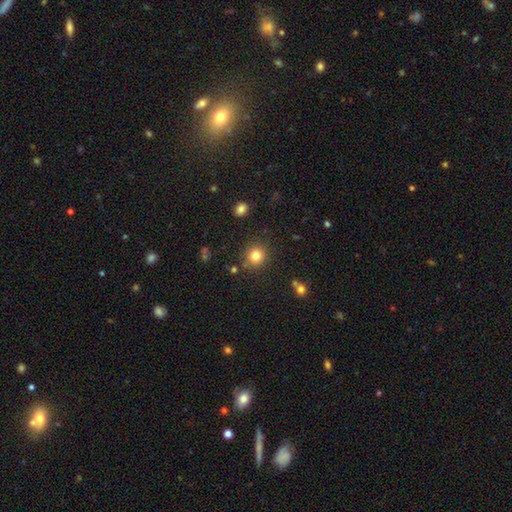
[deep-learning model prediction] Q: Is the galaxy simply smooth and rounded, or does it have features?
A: smooth — 81%.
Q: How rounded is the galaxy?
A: round — 91%.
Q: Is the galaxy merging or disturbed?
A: none — 86%.